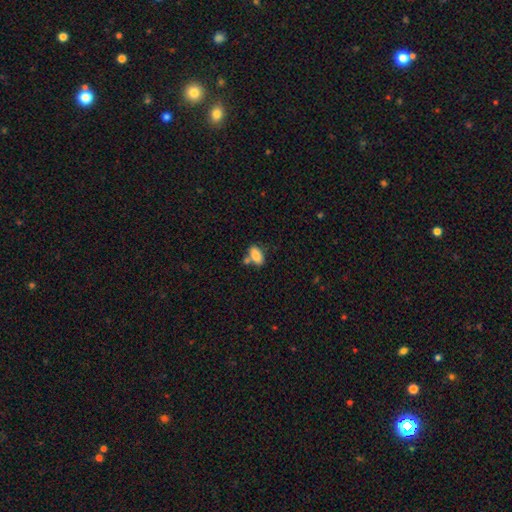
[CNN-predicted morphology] Q: Smooth or featured?
A: smooth (82%); runner-up: featured or disk (10%)
Q: How rounded?
A: in between (90%); runner-up: round (5%)
Q: Merging?
A: none (57%); runner-up: merger (24%)